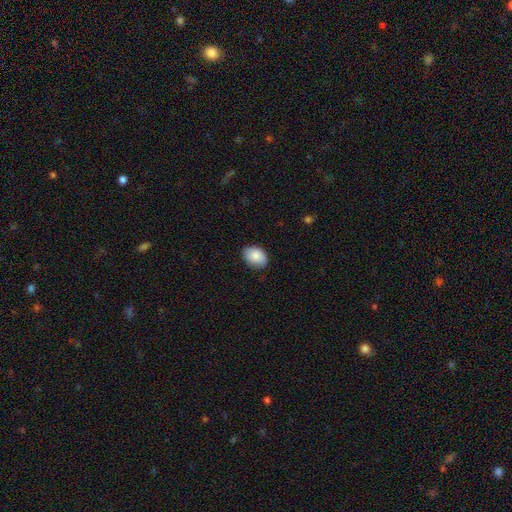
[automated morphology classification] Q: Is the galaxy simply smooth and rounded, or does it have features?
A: smooth — 86%.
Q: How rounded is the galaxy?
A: in between — 81%.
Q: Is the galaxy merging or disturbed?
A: none — 85%.